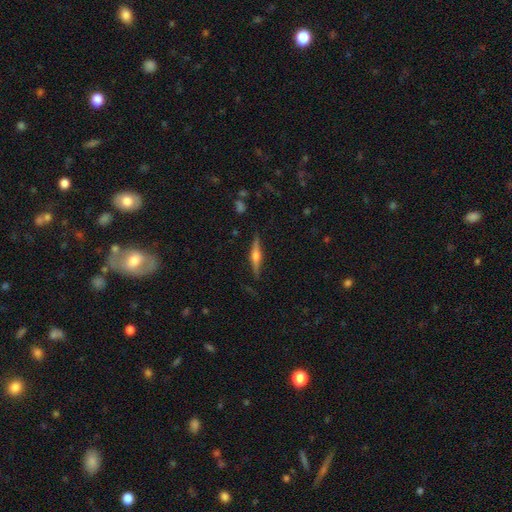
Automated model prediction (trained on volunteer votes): featured or disk 69%, smooth 25%, star or artifact 6%. Down the decision tree: edge-on disk — yes (97%); edge-on bulge — rounded (90%); merging — none (86%).